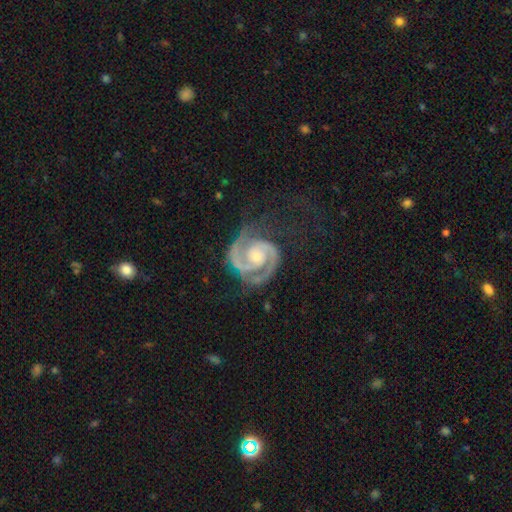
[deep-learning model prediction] smooth-or-featured: featured or disk: 93% | star or artifact: 4% | smooth: 3%
  disk-edge-on: no: 98% | yes: 2%
    bar: no: 67% | weak: 25% | strong: 8%
    has-spiral-arms: yes: 99% | no: 1%
      spiral-winding: tight: 55% | medium: 40% | loose: 5%
      spiral-arm-count: 2: 92% | 3: 3% | can't tell: 2% | 1: 1% | 4: 1% | more than 4: 1%
    bulge-size: small: 50% | moderate: 45% | none: 2% | large: 2% | dominant: 1%
  merging: none: 70% | minor disturbance: 20% | major disturbance: 9% | merger: 2%